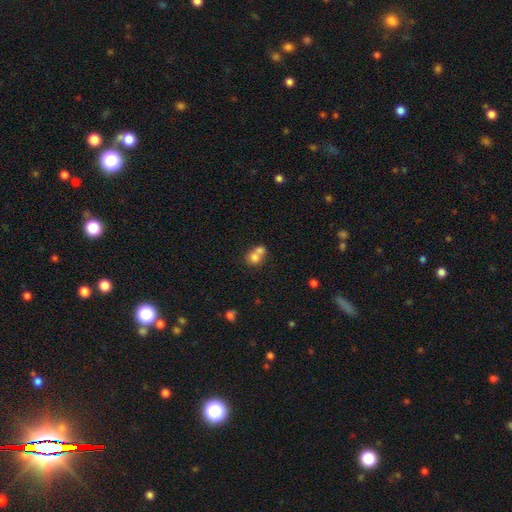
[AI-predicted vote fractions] Smooth or featured? smooth (74%)
How rounded? round (70%)
Merging? merger (67%)